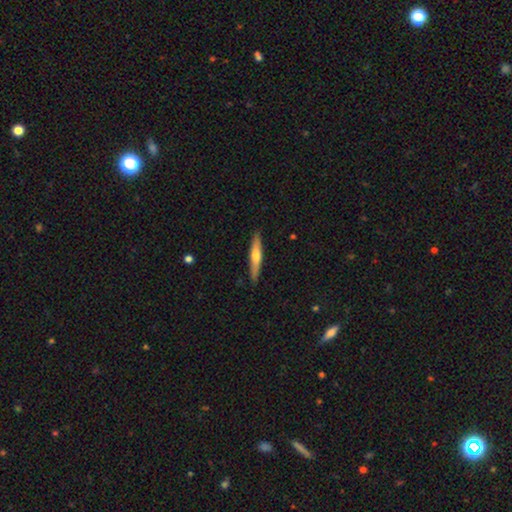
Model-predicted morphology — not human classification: Smooth or featured? Predicted: featured or disk (p=0.49). Merging? Predicted: none (p=0.90).